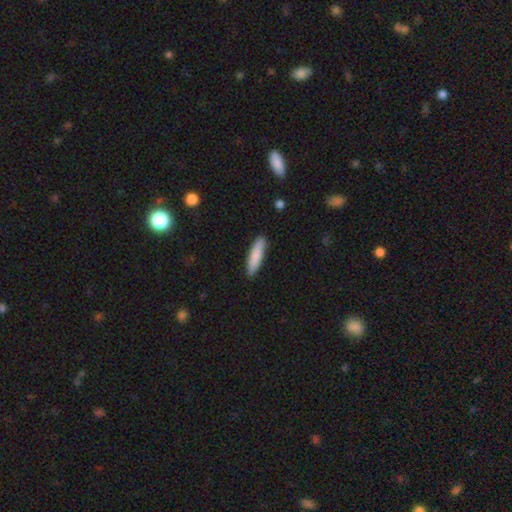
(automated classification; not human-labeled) A smooth galaxy with no disk features (85%) that is cigar-shaped (79%).

Vote fractions:
- Smooth or featured? smooth: 85% / featured or disk: 10% / star or artifact: 5%
- How rounded? cigar-shaped: 79% / in between: 20% / round: 1%
- Merging? none: 89% / minor disturbance: 9% / major disturbance: 2% / merger: 1%